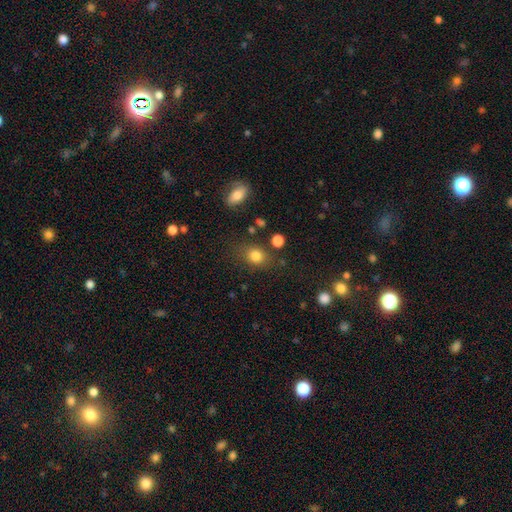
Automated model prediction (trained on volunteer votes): smooth_or_featured: smooth (p=0.81) [alt: star or artifact p=0.12]
how_rounded: round (p=0.54) [alt: in between p=0.44]
merging: none (p=0.74) [alt: minor disturbance p=0.15]